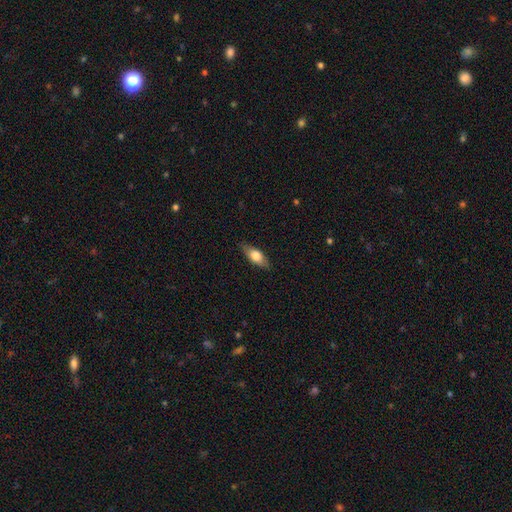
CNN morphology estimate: This appears to be a smooth galaxy with no disk features (69%) that is in between round and cigar-shaped (77%). Merging: none (84%).